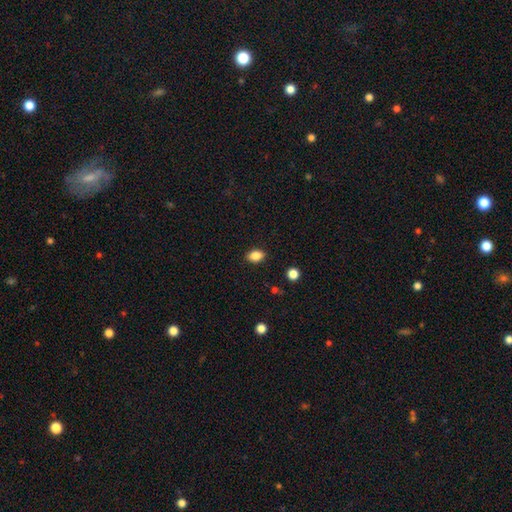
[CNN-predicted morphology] A smooth galaxy with no disk features (85%) that is in between round and cigar-shaped (82%).

Vote fractions:
- Smooth or featured? smooth: 85% / star or artifact: 9% / featured or disk: 5%
- How rounded? in between: 82% / round: 17% / cigar-shaped: 2%
- Merging? none: 89% / minor disturbance: 8% / major disturbance: 2% / merger: 1%